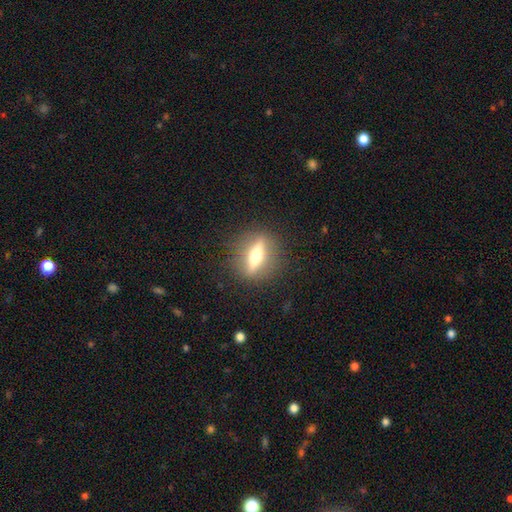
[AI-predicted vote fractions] Smooth or featured? Predicted: featured or disk (p=0.65). Edge-on disk? Predicted: yes (p=0.82). Edge-on bulge? Predicted: rounded (p=0.91). Merging? Predicted: none (p=0.85).